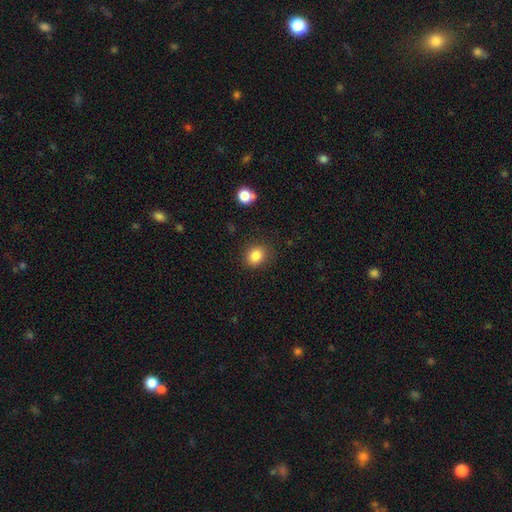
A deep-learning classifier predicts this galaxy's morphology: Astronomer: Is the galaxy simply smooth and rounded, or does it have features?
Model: smooth — 84%.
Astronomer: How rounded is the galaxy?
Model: round — 70%.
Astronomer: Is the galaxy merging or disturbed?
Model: none — 87%.